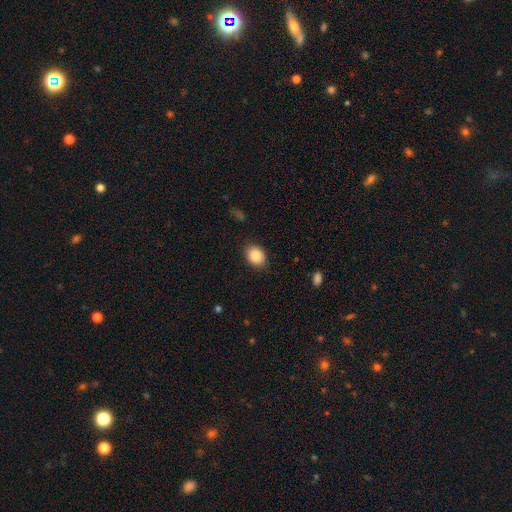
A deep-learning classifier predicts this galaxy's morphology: Q: Smooth or featured?
A: smooth (87%); runner-up: star or artifact (8%)
Q: How rounded?
A: in between (55%); runner-up: round (44%)
Q: Merging?
A: none (86%); runner-up: minor disturbance (10%)